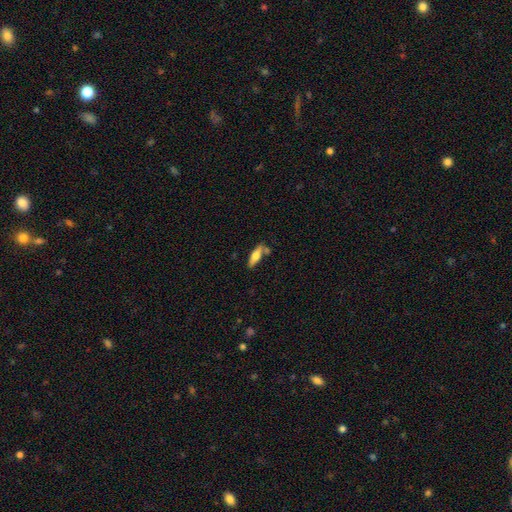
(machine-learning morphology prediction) Smooth or featured?
  - smooth: 56% *
  - featured or disk: 38%
  - star or artifact: 6%
How rounded?
  - in between: 49% * (tied)
  - cigar-shaped: 49% * (tied)
  - round: 3%
Merging?
  - none: 66% *
  - minor disturbance: 16%
  - merger: 13%
  - major disturbance: 5%